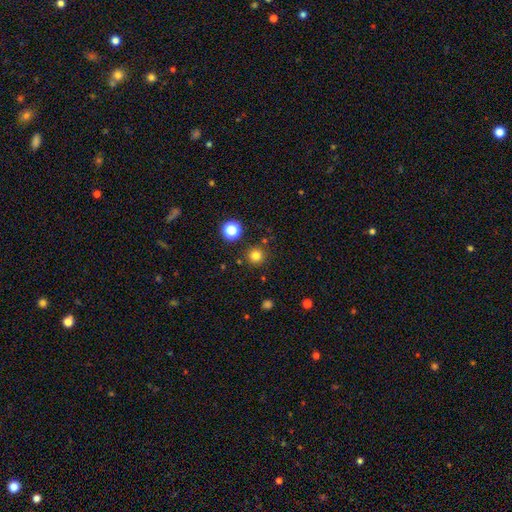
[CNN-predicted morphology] smooth 80%, star or artifact 15%, featured or disk 5%. Down the decision tree: how rounded — round (95%); merging — none (89%).